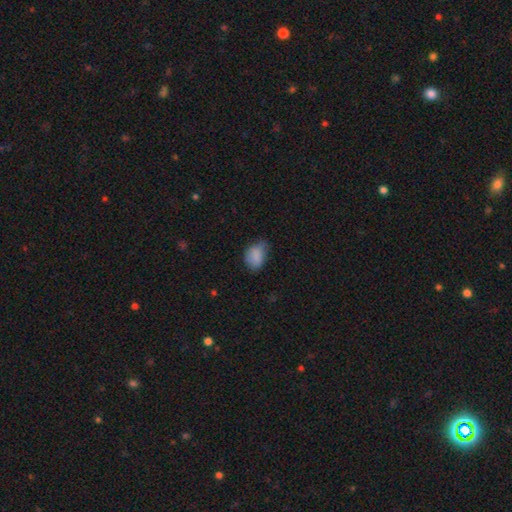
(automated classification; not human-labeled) Smooth or featured? smooth (84%)
How rounded? in between (78%)
Merging? none (49%)